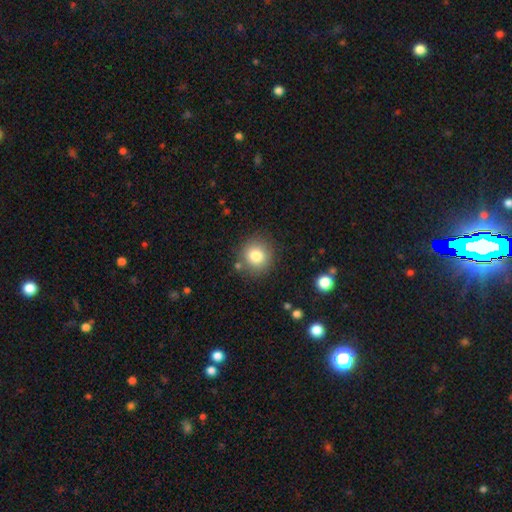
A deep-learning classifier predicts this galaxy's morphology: Smooth or featured? Predicted: smooth (p=0.80). How rounded? Predicted: round (p=0.91). Merging? Predicted: none (p=0.84).